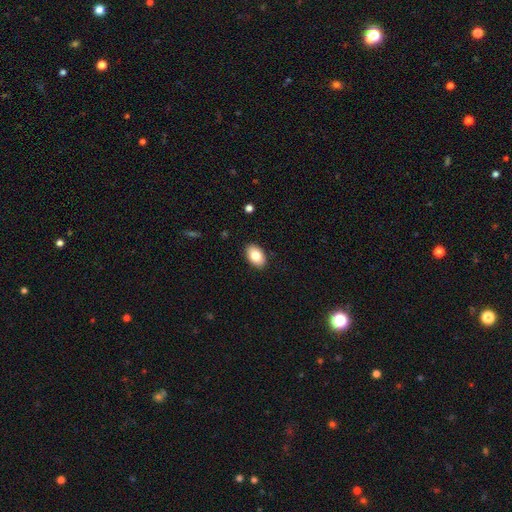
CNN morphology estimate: Q: Smooth or featured?
A: smooth (82%); runner-up: featured or disk (11%)
Q: How rounded?
A: in between (89%); runner-up: round (9%)
Q: Merging?
A: none (89%); runner-up: minor disturbance (8%)